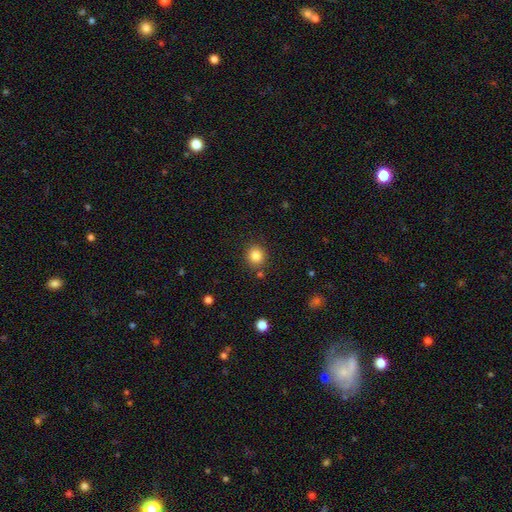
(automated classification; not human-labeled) Smooth or featured?
  - smooth: 84% *
  - star or artifact: 11%
  - featured or disk: 5%
How rounded?
  - round: 86% *
  - in between: 13%
  - cigar-shaped: 1%
Merging?
  - none: 86% *
  - minor disturbance: 8%
  - merger: 4%
  - major disturbance: 3%